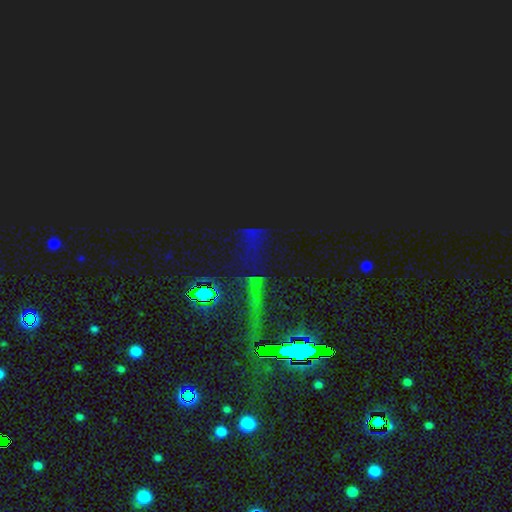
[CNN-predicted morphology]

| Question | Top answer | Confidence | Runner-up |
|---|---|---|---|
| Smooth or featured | star or artifact | 79% | smooth (13%) |